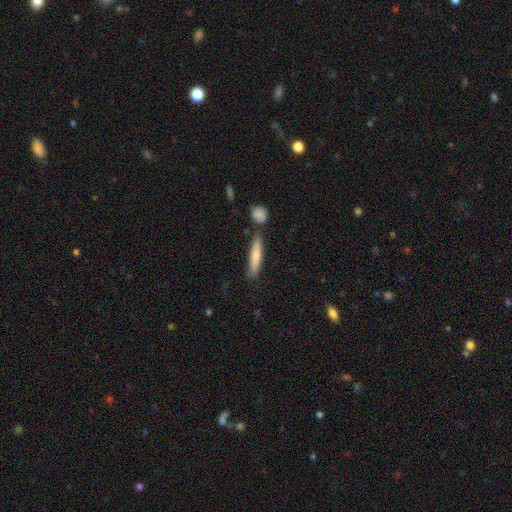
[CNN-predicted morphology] Smooth or featured? Predicted: smooth (p=0.74). How rounded? Predicted: cigar-shaped (p=0.88). Merging? Predicted: none (p=0.78).